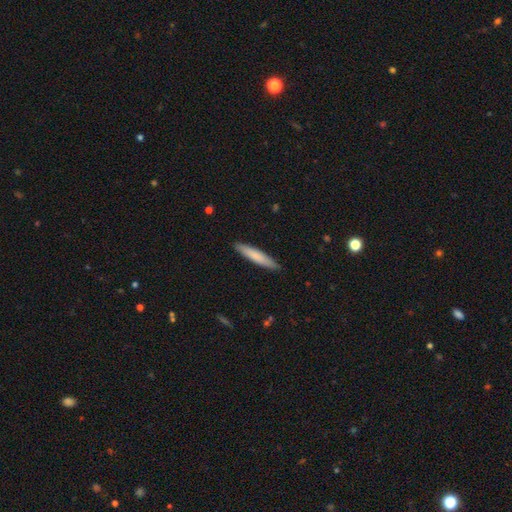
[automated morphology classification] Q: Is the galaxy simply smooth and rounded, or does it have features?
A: smooth — 77%.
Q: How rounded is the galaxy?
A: cigar-shaped — 91%.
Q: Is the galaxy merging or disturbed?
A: none — 89%.